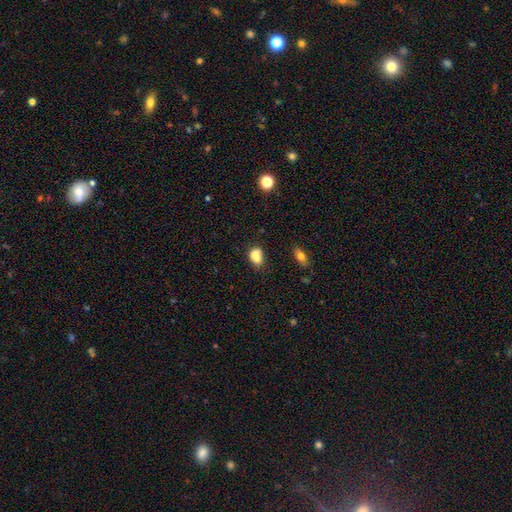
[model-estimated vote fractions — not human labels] This appears to be a smooth galaxy with no disk features (74%) that is in between round and cigar-shaped (60%). Merging: merger (51%).